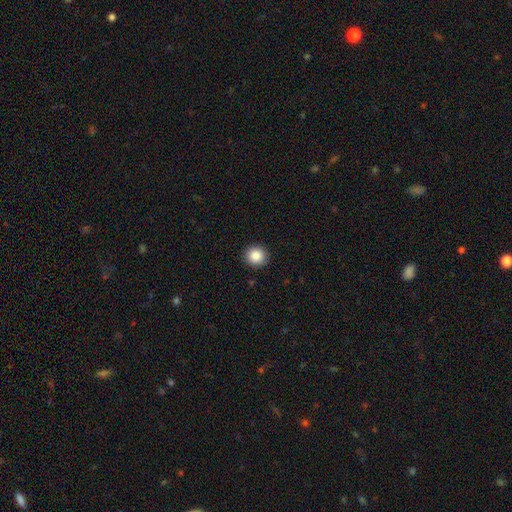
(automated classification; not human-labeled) Smooth or featured? Predicted: smooth (p=0.87). How rounded? Predicted: round (p=0.91). Merging? Predicted: none (p=0.92).